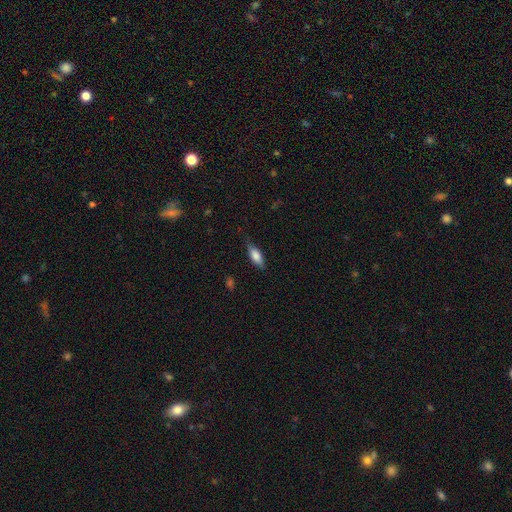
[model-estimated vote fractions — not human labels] Q: Smooth or featured?
A: smooth (74%); runner-up: featured or disk (20%)
Q: How rounded?
A: in between (71%); runner-up: cigar-shaped (27%)
Q: Merging?
A: none (73%); runner-up: minor disturbance (21%)